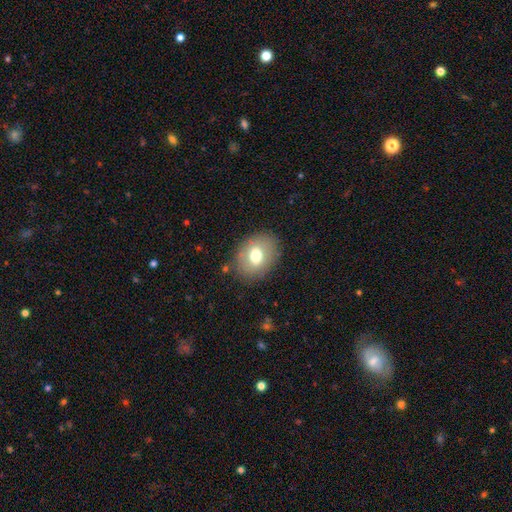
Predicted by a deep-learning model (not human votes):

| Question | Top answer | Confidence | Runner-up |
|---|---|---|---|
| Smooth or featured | smooth | 69% | featured or disk (22%) |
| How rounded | in between | 60% | round (39%) |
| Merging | none | 83% | minor disturbance (12%) |